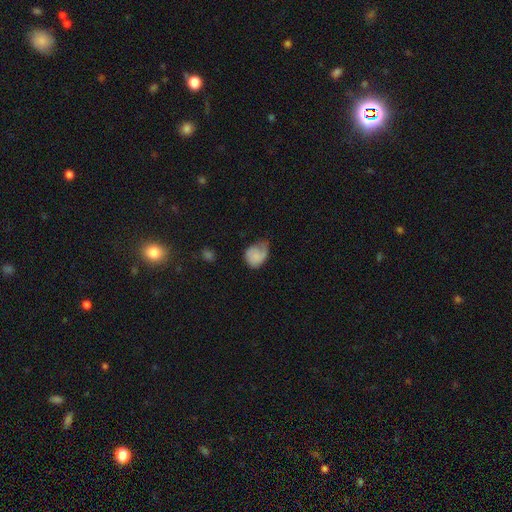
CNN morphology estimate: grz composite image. It shows a smooth galaxy with no disk features (67%) that is in between round and cigar-shaped (54%). Merging: minor disturbance (40%).